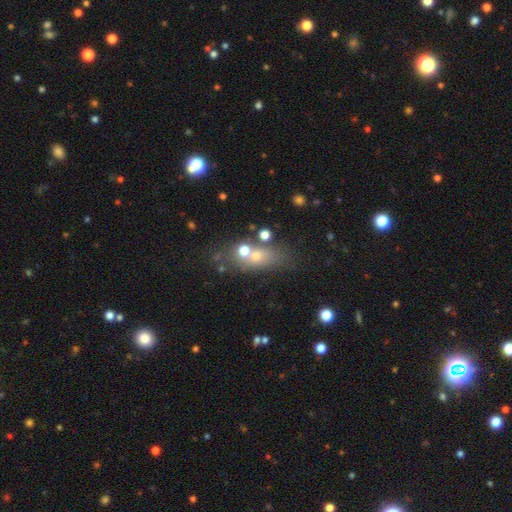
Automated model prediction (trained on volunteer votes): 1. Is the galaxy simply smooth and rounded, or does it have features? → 54% smooth, 27% featured or disk, 18% star or artifact.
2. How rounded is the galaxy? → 56% in between, 29% round, 14% cigar-shaped.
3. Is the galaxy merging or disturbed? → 49% none, 31% merger, 12% minor disturbance, 8% major disturbance.